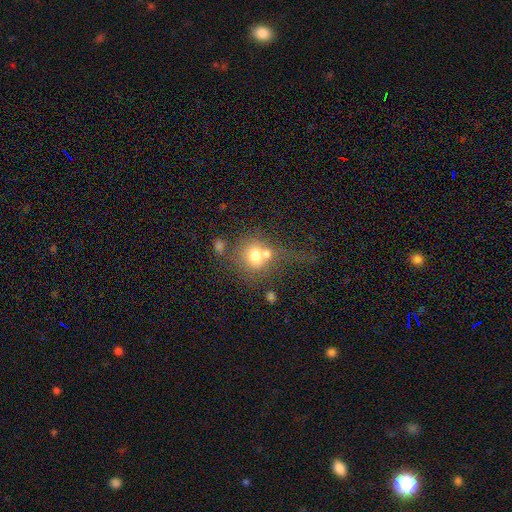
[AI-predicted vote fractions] Smooth or featured?
  - smooth: 67% *
  - featured or disk: 21%
  - star or artifact: 12%
How rounded?
  - round: 73% *
  - in between: 26%
  - cigar-shaped: 1%
Merging?
  - merger: 45% *
  - none: 32%
  - major disturbance: 12%
  - minor disturbance: 11%